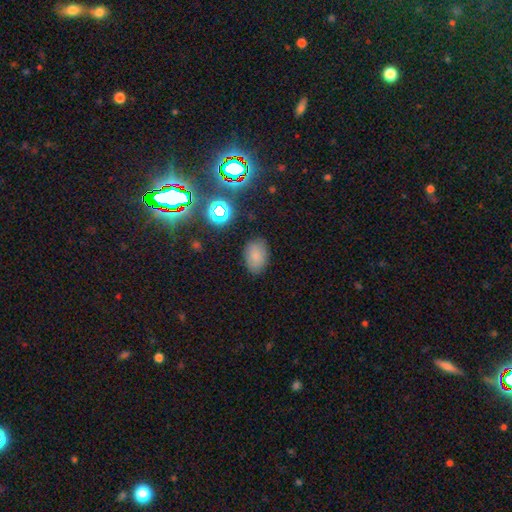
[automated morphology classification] A smooth galaxy with no disk features (78%) that is in between round and cigar-shaped (84%).

Vote fractions:
- Smooth or featured? smooth: 78% / star or artifact: 14% / featured or disk: 8%
- How rounded? in between: 84% / round: 15% / cigar-shaped: 1%
- Merging? none: 82% / minor disturbance: 12% / major disturbance: 4% / merger: 2%